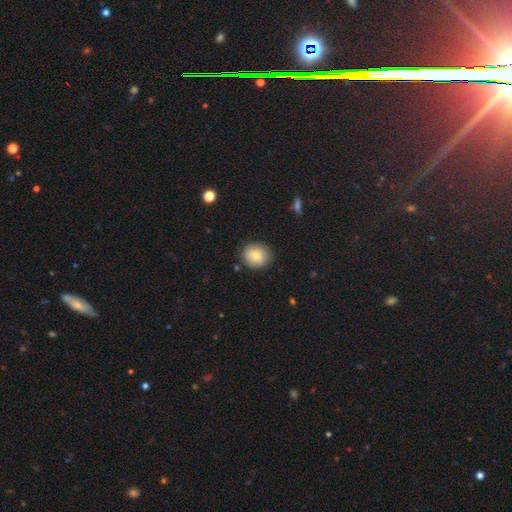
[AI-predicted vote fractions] Overall: smooth (80%). How rounded: round (81%). Merging: none (85%).